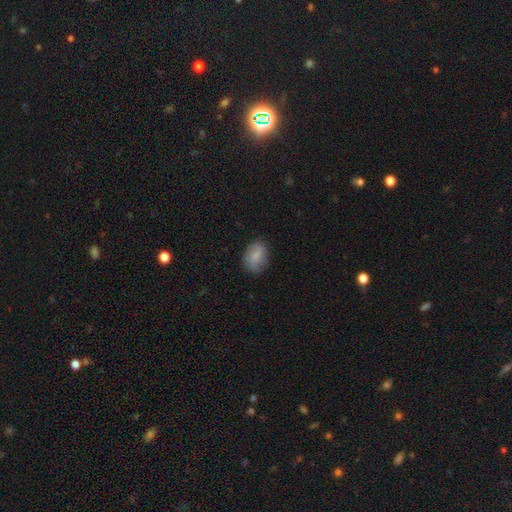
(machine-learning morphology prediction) Smooth or featured? Predicted: smooth (p=0.79). How rounded? Predicted: in between (p=0.71). Merging? Predicted: none (p=0.72).